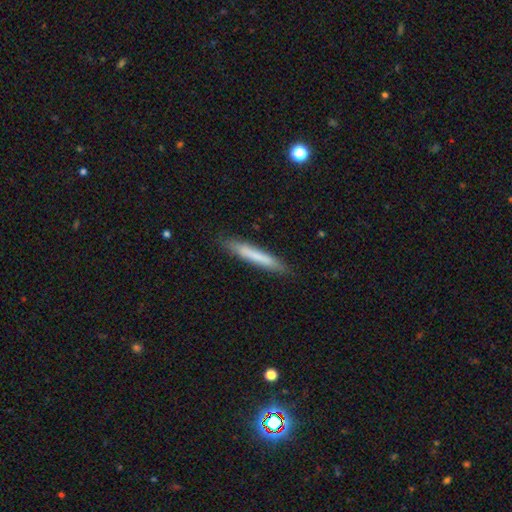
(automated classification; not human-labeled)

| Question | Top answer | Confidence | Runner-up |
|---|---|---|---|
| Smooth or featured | smooth | 71% | featured or disk (23%) |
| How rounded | cigar-shaped | 95% | in between (4%) |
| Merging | none | 87% | minor disturbance (10%) |